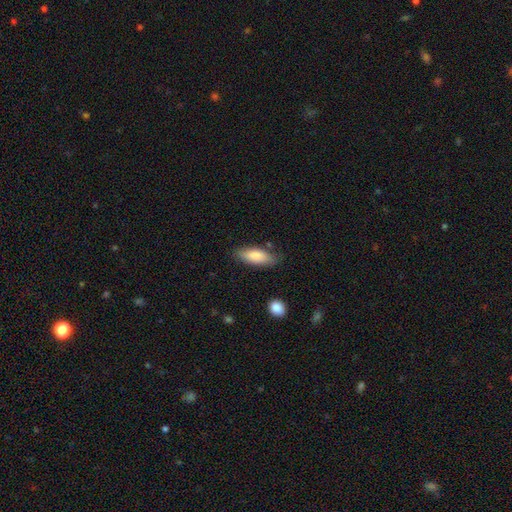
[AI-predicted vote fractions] A smooth galaxy with no disk features (84%) that is in between round and cigar-shaped (70%).

Vote fractions:
- Smooth or featured? smooth: 84% / featured or disk: 10% / star or artifact: 6%
- How rounded? in between: 70% / cigar-shaped: 28% / round: 2%
- Merging? none: 78% / minor disturbance: 16% / major disturbance: 3% / merger: 3%